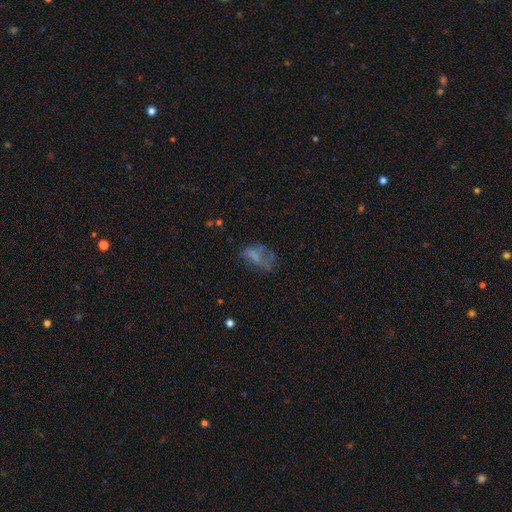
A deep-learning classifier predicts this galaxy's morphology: This is possibly a smooth galaxy (45%). Merging: marginally none (39%).